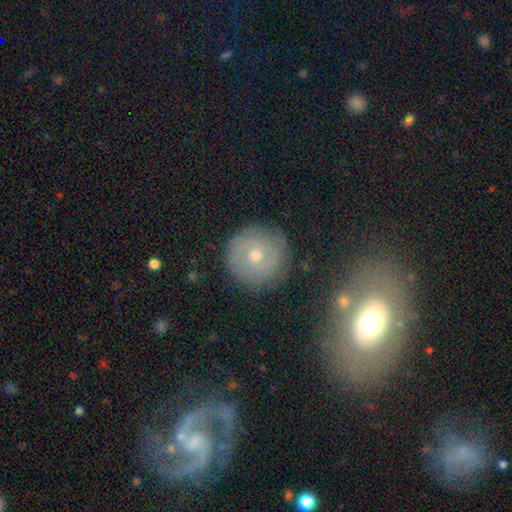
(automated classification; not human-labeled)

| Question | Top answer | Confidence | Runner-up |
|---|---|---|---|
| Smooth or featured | featured or disk | 60% | smooth (30%) |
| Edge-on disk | no | 97% | yes (3%) |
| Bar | no | 74% | weak (22%) |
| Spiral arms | yes | 79% | no (21%) |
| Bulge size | moderate | 62% | small (33%) |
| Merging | none | 84% | minor disturbance (11%) |